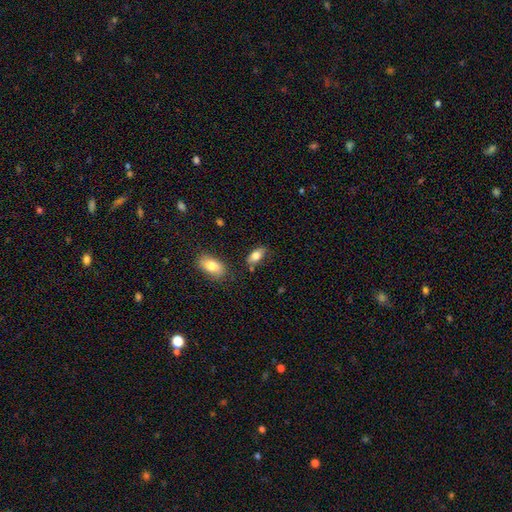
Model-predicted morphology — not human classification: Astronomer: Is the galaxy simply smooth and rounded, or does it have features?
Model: smooth — 79%.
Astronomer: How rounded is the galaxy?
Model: in between — 89%.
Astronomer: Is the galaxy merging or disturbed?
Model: none — 71%.